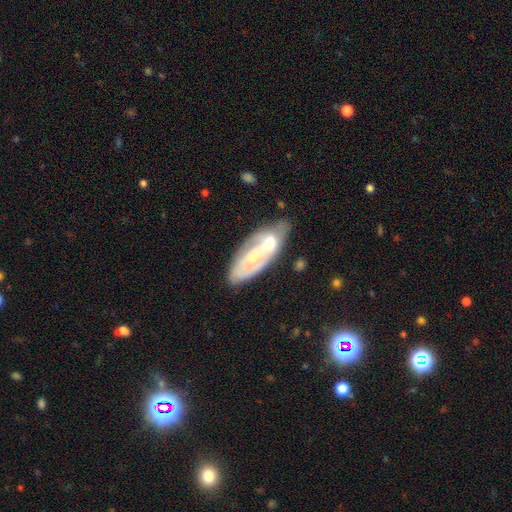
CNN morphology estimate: Smooth or featured?
  - featured or disk: 65% *
  - smooth: 28%
  - star or artifact: 8%
Edge-on disk?
  - no: 87% *
  - yes: 13%
Bar?
  - no: 57% *
  - weak: 30%
  - strong: 12%
Spiral arms?
  - yes: 59% *
  - no: 41%
Bulge size?
  - small: 45% *
  - moderate: 41%
  - none: 8%
  - large: 5%
  - dominant: 2%
Merging?
  - none: 57% *
  - minor disturbance: 21%
  - merger: 13%
  - major disturbance: 9%